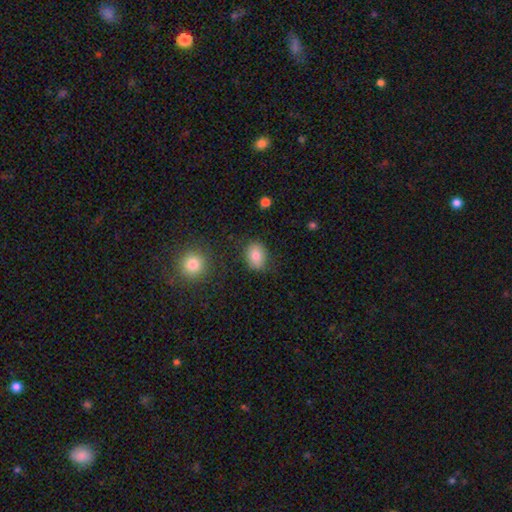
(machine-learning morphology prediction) Q: Smooth or featured?
A: smooth (81%); runner-up: star or artifact (10%)
Q: How rounded?
A: in between (58%); runner-up: round (40%)
Q: Merging?
A: none (79%); runner-up: minor disturbance (14%)